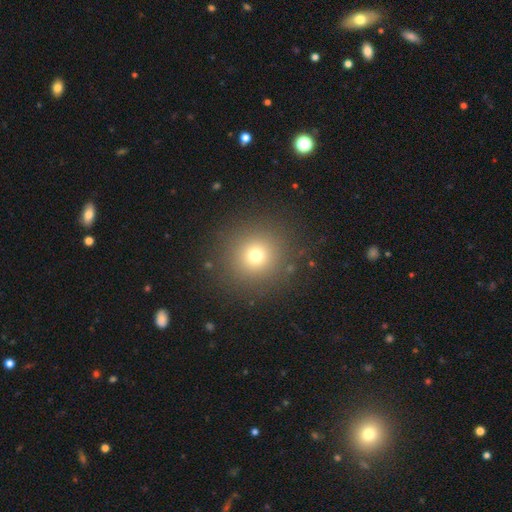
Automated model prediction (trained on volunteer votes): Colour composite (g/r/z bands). It shows a smooth galaxy with no disk features (71%) that is round (94%). Merging: none (89%).